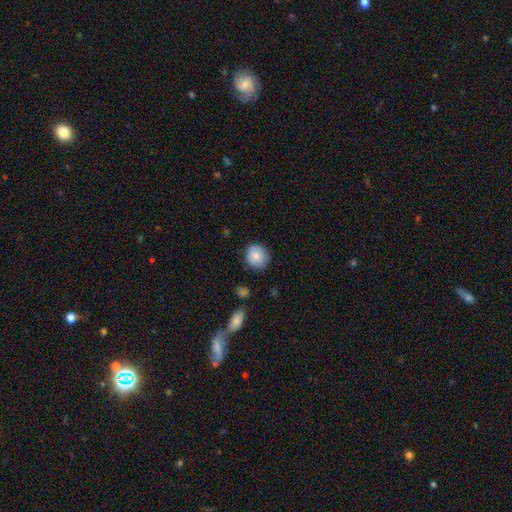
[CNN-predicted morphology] A smooth galaxy with no disk features (83%) that is round (86%).

Vote fractions:
- Smooth or featured? smooth: 83% / featured or disk: 9% / star or artifact: 7%
- How rounded? round: 86% / in between: 13% / cigar-shaped: 1%
- Merging? none: 80% / minor disturbance: 16% / major disturbance: 3% / merger: 2%